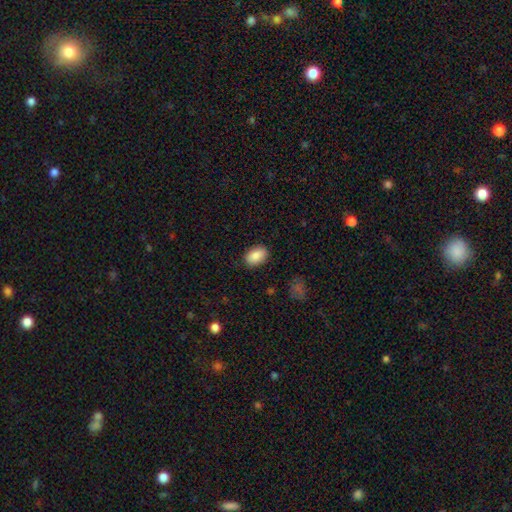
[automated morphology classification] Smooth or featured? Predicted: smooth (p=0.87). How rounded? Predicted: in between (p=0.90). Merging? Predicted: none (p=0.87).